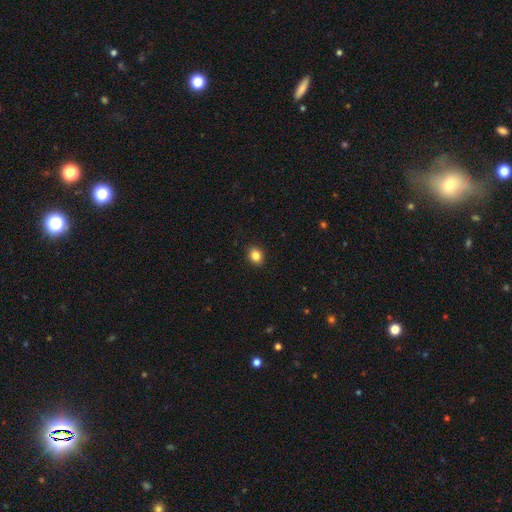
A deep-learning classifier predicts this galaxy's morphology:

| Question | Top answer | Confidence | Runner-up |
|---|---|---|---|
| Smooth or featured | smooth | 85% | star or artifact (10%) |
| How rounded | round | 56% | in between (43%) |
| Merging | none | 91% | minor disturbance (6%) |